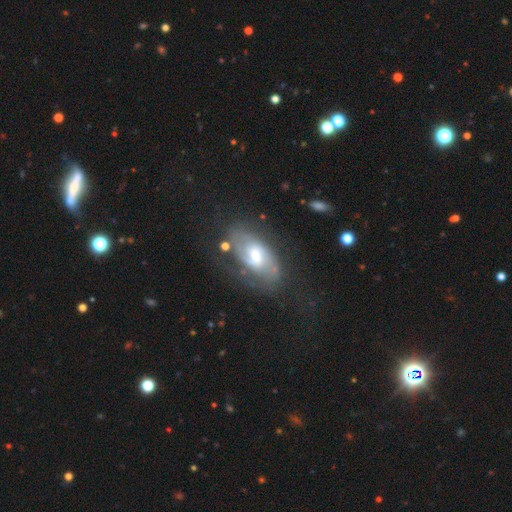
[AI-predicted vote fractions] This appears to be a featured or disk galaxy (77%) with a weak bar (47%), 2 (60%) tight (44%) spiral arms (90%) and a moderate central bulge (56%). Merging: none (62%).